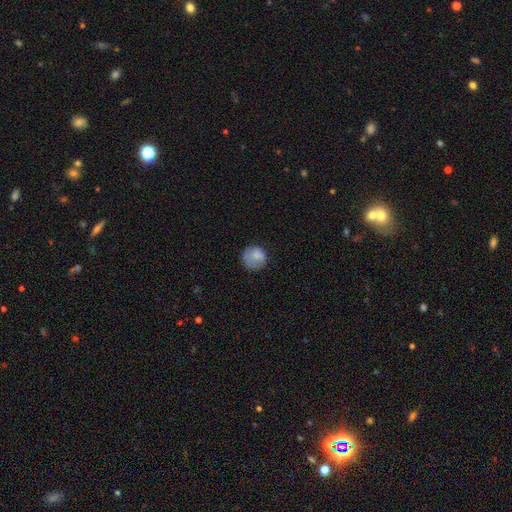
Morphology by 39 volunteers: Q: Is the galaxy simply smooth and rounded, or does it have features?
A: smooth — 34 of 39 (87%).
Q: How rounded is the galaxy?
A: round — 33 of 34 (97%).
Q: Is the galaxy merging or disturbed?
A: none — 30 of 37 (81%).